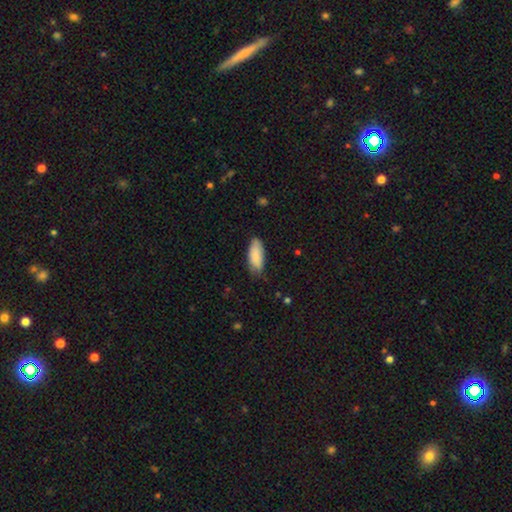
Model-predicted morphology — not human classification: smooth-or-featured: smooth: 88% | featured or disk: 6% | star or artifact: 6%
  how-rounded: in between: 83% | cigar-shaped: 15% | round: 2%
  merging: none: 73% | minor disturbance: 23% | major disturbance: 3% | merger: 1%